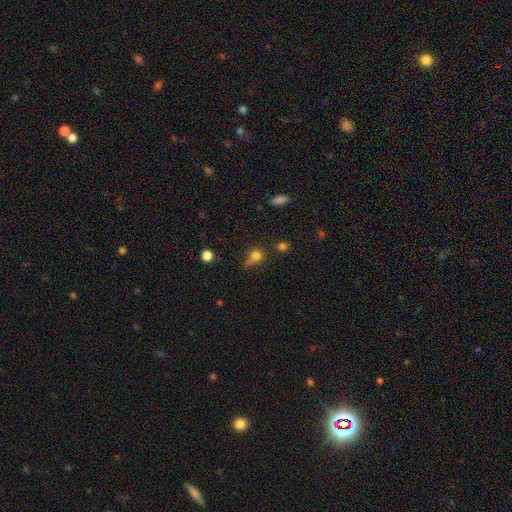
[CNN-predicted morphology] smooth-or-featured: smooth: 74% | star or artifact: 16% | featured or disk: 10%
  how-rounded: round: 71% | in between: 25% | cigar-shaped: 4%
  merging: none: 46% | minor disturbance: 27% | major disturbance: 15% | merger: 12%